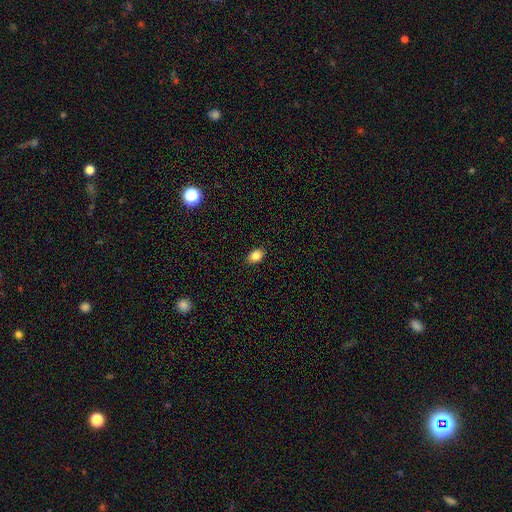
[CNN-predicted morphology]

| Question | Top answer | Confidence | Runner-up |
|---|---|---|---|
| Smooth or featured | smooth | 85% | star or artifact (10%) |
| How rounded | in between | 79% | round (19%) |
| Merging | none | 89% | minor disturbance (8%) |